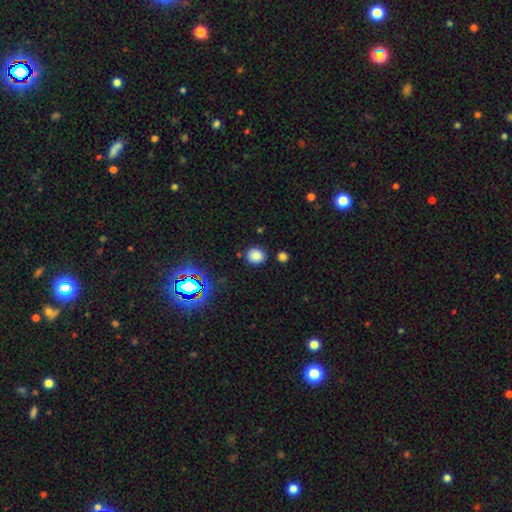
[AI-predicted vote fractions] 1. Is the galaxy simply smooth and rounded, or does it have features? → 80% smooth, 15% star or artifact, 5% featured or disk.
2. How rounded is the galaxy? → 70% round, 29% in between, 1% cigar-shaped.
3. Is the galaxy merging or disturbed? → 83% none, 9% minor disturbance, 4% merger, 3% major disturbance.